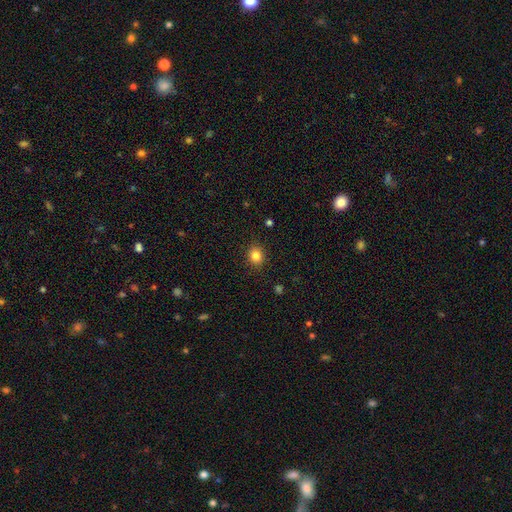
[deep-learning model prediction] smooth_or_featured: smooth (p=0.83) [alt: star or artifact p=0.11]
how_rounded: round (p=0.70) [alt: in between p=0.29]
merging: none (p=0.88) [alt: minor disturbance p=0.08]